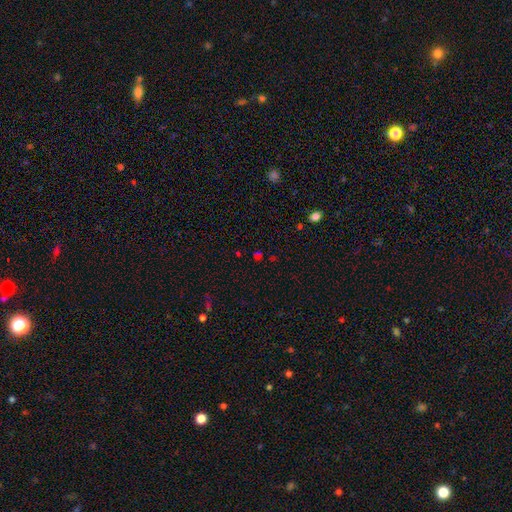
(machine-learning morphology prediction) star or artifact 57%, smooth 34%, featured or disk 9%.